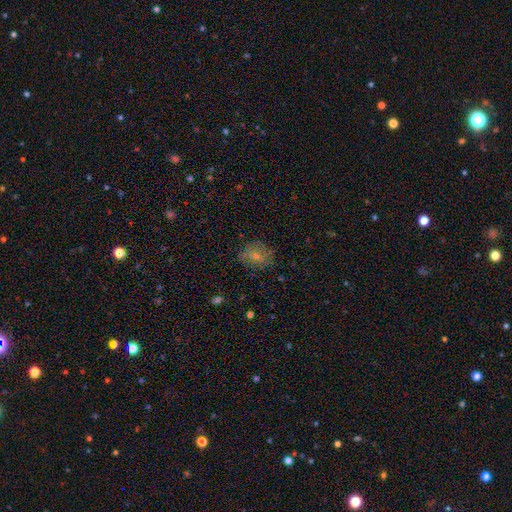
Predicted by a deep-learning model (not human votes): Smooth or featured? smooth (65%)
How rounded? round (51%)
Merging? none (74%)